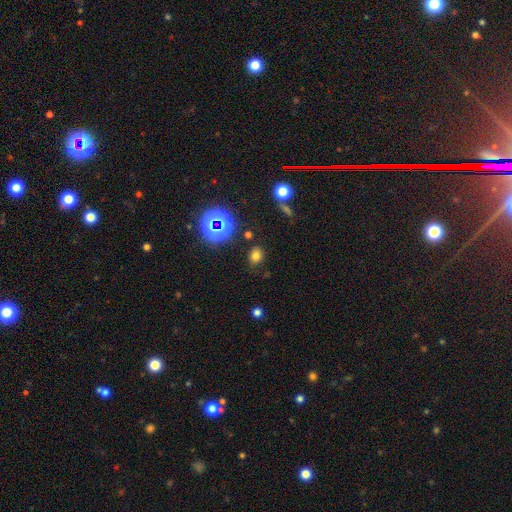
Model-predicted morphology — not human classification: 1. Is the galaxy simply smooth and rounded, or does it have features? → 70% smooth, 23% star or artifact, 7% featured or disk.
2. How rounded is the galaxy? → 52% in between, 47% round, 1% cigar-shaped.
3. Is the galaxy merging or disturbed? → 83% none, 10% minor disturbance, 4% major disturbance, 3% merger.